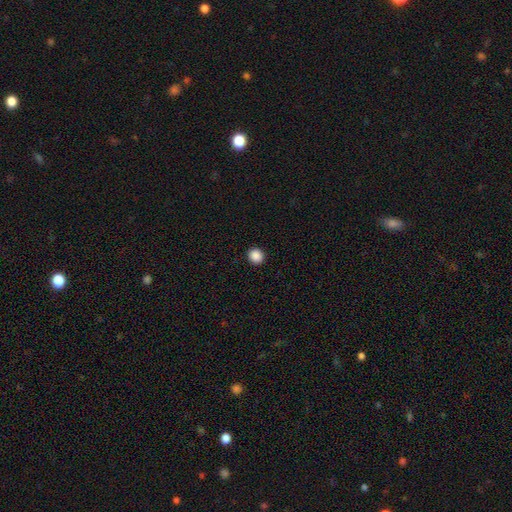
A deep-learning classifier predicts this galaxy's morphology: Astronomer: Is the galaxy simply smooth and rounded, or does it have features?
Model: smooth — 88%.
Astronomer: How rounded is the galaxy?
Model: round — 89%.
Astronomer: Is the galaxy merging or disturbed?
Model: none — 93%.